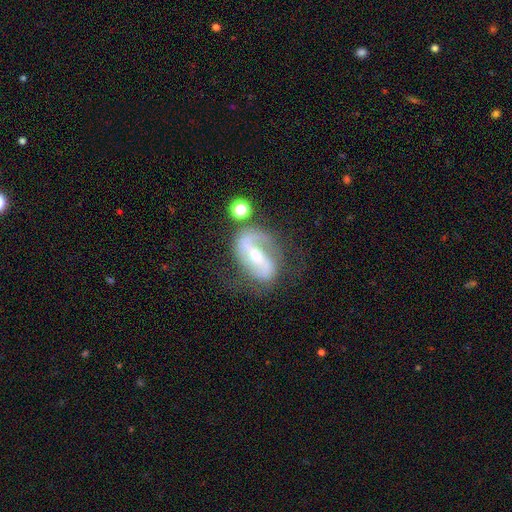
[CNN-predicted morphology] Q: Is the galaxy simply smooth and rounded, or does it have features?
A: featured or disk — 84%.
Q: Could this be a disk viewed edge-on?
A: no — 96%.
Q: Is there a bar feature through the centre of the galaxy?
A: strong — 48%.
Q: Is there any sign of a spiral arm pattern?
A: yes — 91%.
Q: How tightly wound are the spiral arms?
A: medium — 43%.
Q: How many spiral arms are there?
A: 2 — 81%.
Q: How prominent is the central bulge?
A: moderate — 56%.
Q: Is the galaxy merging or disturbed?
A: none — 58%.